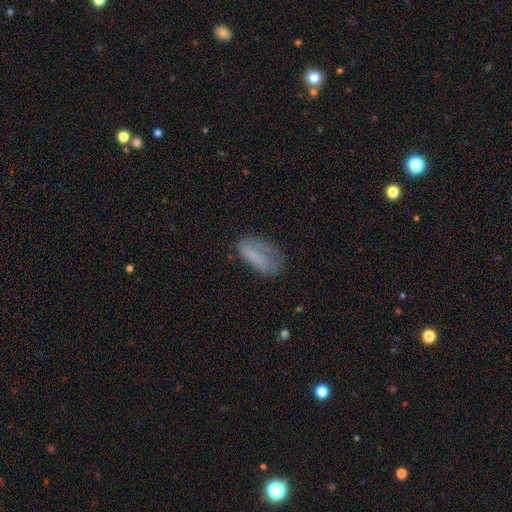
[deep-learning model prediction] A smooth galaxy with no disk features (70%) that is in between round and cigar-shaped (86%).

Vote fractions:
- Smooth or featured? smooth: 70% / featured or disk: 20% / star or artifact: 10%
- How rounded? in between: 86% / cigar-shaped: 11% / round: 4%
- Merging? none: 50% / minor disturbance: 29% / major disturbance: 19% / merger: 2%